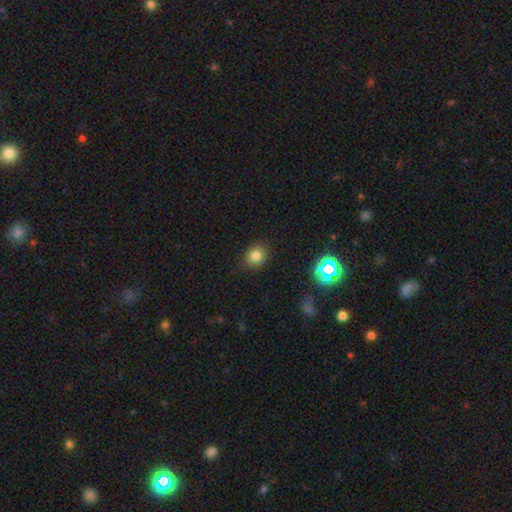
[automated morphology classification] smooth_or_featured: smooth (p=0.79) [alt: star or artifact p=0.14]
how_rounded: round (p=0.57) [alt: in between p=0.42]
merging: none (p=0.83) [alt: minor disturbance p=0.13]